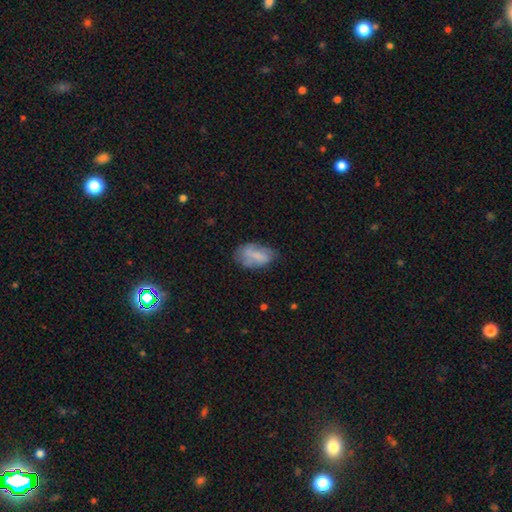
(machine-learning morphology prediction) A smooth galaxy with no disk features (63%) that is in between round and cigar-shaped (91%). Merging: none (52%).